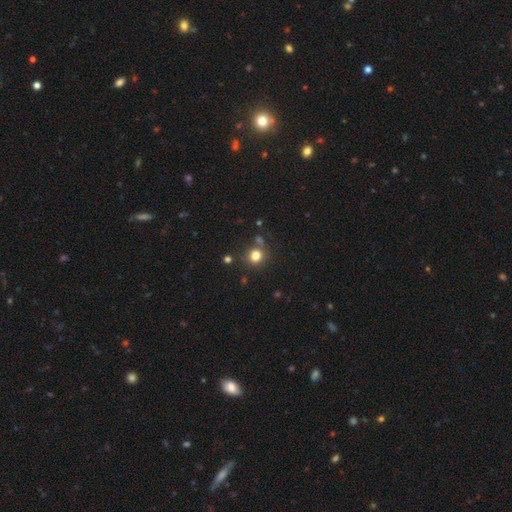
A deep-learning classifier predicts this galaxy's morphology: Overall: smooth (79%). How rounded: round (88%). Merging: none (75%).